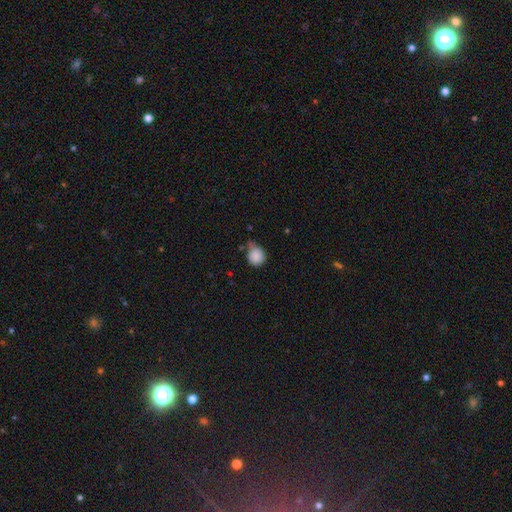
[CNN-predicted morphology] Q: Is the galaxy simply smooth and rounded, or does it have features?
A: smooth — 87%.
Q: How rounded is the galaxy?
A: round — 84%.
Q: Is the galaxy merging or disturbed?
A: none — 49%.